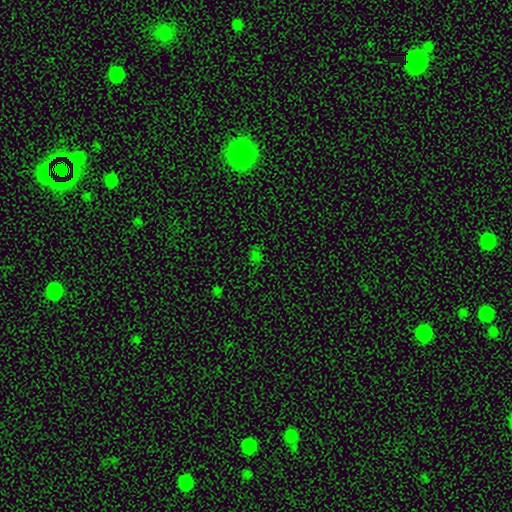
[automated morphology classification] The model was most divided on "smooth or featured": star or artifact: 52%, smooth: 41%, featured or disk: 7%.